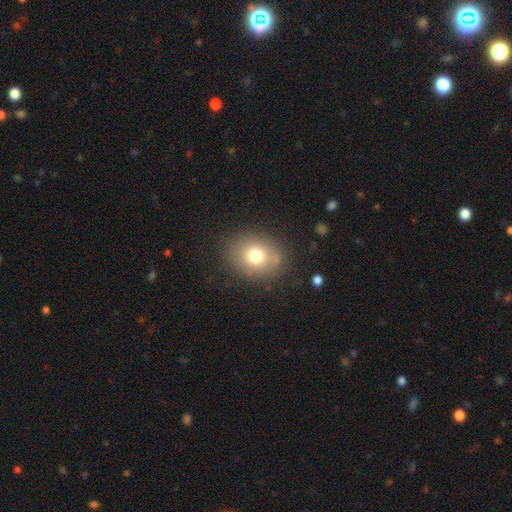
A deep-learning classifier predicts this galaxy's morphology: This is likely a smooth galaxy (74%). How rounded: possibly round (54%). Merging: likely none (80%).